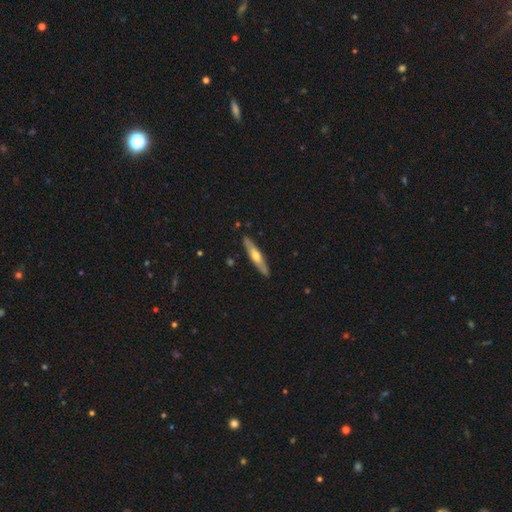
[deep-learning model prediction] The model was most divided on "smooth or featured": featured or disk: 54%, smooth: 40%, star or artifact: 5%. More confident: merging — none (88%); edge-on disk — yes (87%).